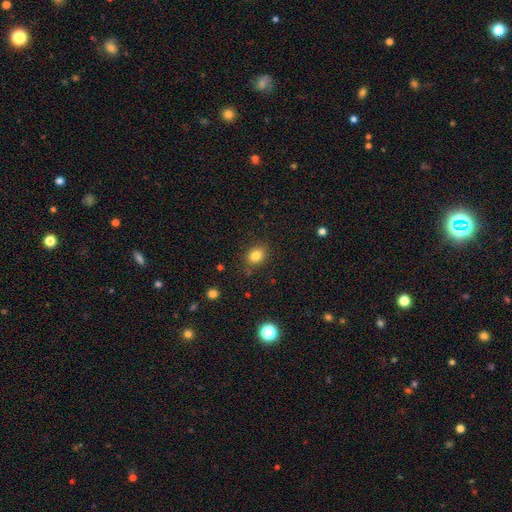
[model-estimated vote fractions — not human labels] Morphology: type=smooth (82%); roundness=in between (50%); merging=none (83%).